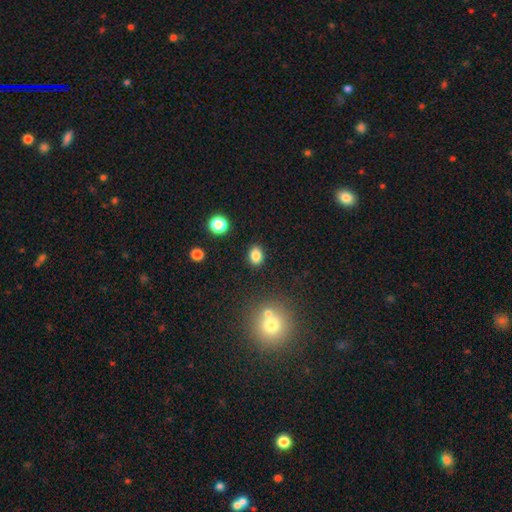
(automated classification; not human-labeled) The model was most divided on "how rounded": in between: 66%, round: 32%, cigar-shaped: 1%. More confident: merging — none (86%); smooth or featured — smooth (84%).